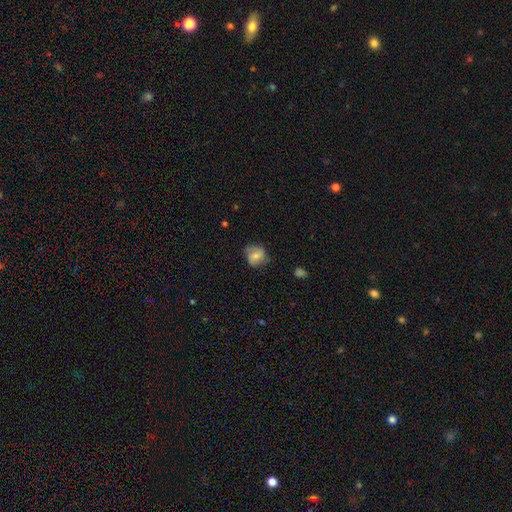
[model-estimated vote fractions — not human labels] Smooth or featured? Predicted: smooth (p=0.67). How rounded? Predicted: round (p=0.76). Merging? Predicted: none (p=0.65).